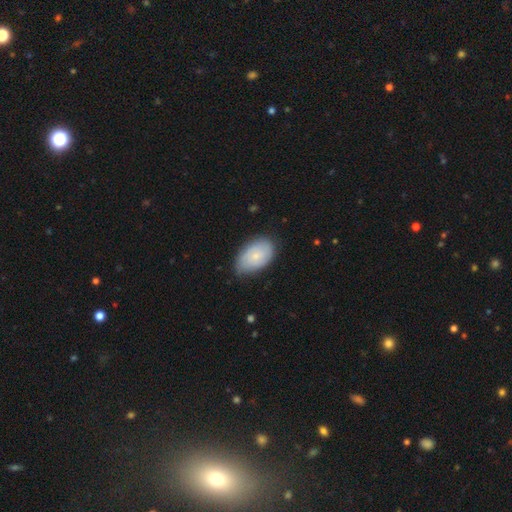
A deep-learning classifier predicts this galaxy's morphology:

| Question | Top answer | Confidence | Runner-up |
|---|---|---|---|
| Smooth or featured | smooth | 61% | featured or disk (32%) |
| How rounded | in between | 91% | round (7%) |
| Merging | none | 68% | minor disturbance (26%) |